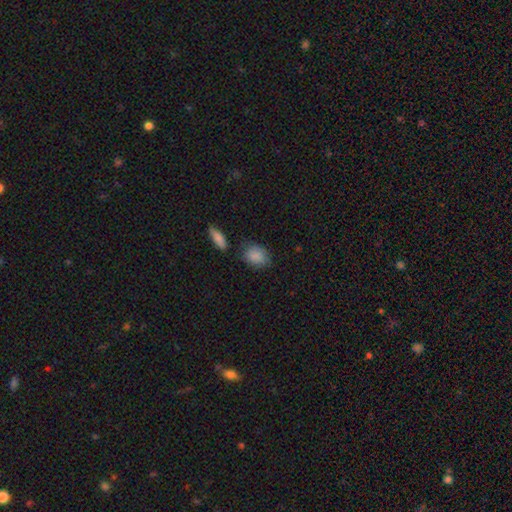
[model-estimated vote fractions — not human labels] Smooth or featured? Predicted: smooth (p=0.86). How rounded? Predicted: in between (p=0.67). Merging? Predicted: none (p=0.69).